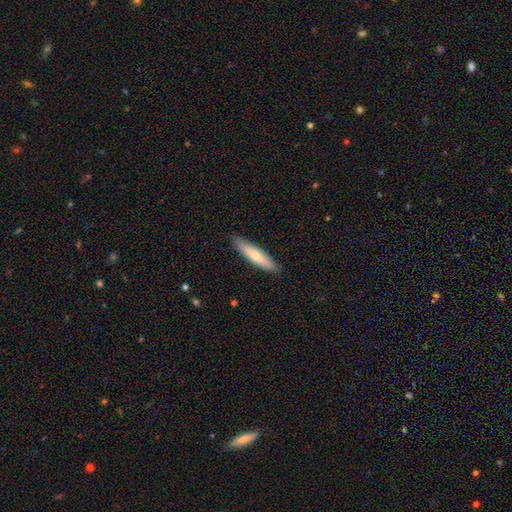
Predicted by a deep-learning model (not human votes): A smooth galaxy with no disk features (63%) that is cigar-shaped (79%).

Vote fractions:
- Smooth or featured? smooth: 63% / featured or disk: 31% / star or artifact: 5%
- How rounded? cigar-shaped: 79% / in between: 20% / round: 2%
- Merging? none: 88% / minor disturbance: 9% / major disturbance: 2% / merger: 1%